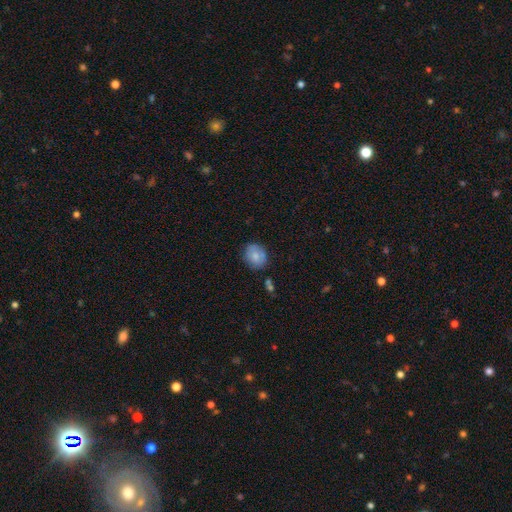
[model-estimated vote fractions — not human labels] Smooth or featured: smooth — 76% (featured or disk — 16%)
How rounded: round — 53% (in between — 46%)
Merging: none — 72% (minor disturbance — 18%)